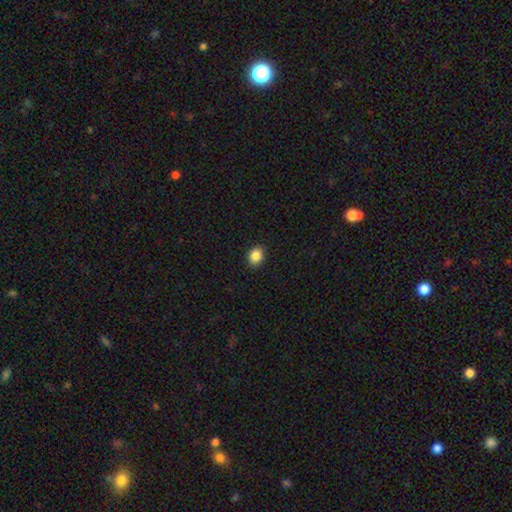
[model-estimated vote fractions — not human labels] Smooth or featured? Predicted: smooth (p=0.87). How rounded? Predicted: in between (p=0.57). Merging? Predicted: none (p=0.90).